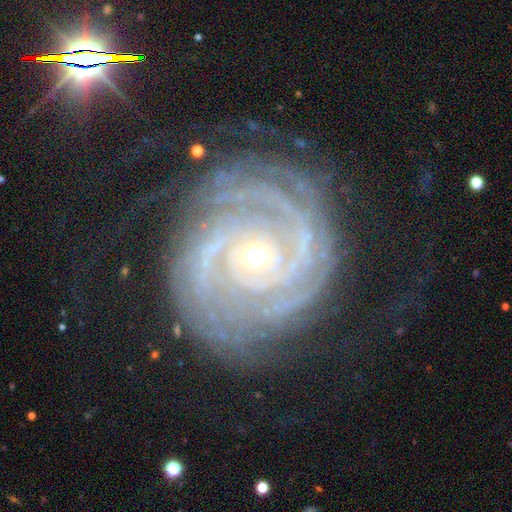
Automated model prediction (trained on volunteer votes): smooth-or-featured: featured or disk: 90% | star or artifact: 6% | smooth: 3%
  disk-edge-on: no: 97% | yes: 3%
    bar: no: 69% | weak: 20% | strong: 11%
    has-spiral-arms: yes: 98% | no: 2%
      spiral-winding: tight: 83% | medium: 14% | loose: 3%
      spiral-arm-count: 2: 23% | can't tell: 20% | 3: 18% | 4: 15% | more than 4: 15% | 1: 9%
    bulge-size: small: 53% | moderate: 43% | large: 2% | dominant: 1% | none: 1%
  merging: none: 72% | minor disturbance: 16% | major disturbance: 10% | merger: 2%